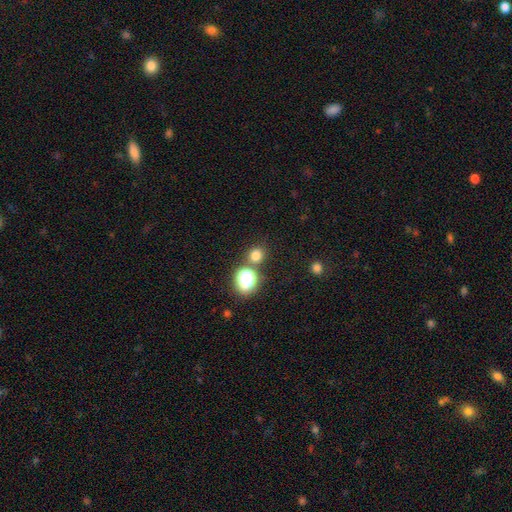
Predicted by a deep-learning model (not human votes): smooth-or-featured: smooth: 72% | star or artifact: 23% | featured or disk: 6%
  how-rounded: round: 85% | in between: 14% | cigar-shaped: 1%
  merging: none: 77% | merger: 13% | minor disturbance: 7% | major disturbance: 3%